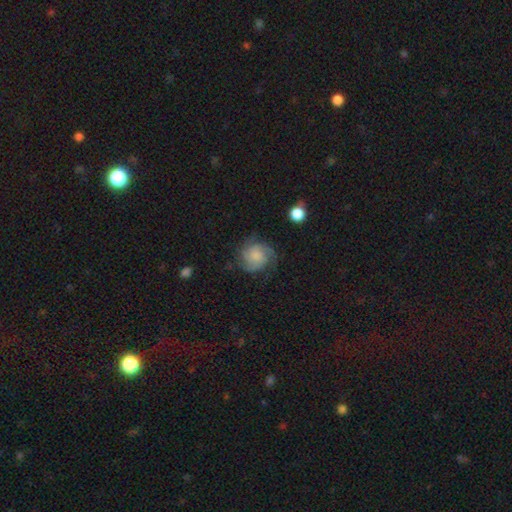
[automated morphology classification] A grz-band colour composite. It shows a featured or disk galaxy (71%) with no bar (73%), 3 (39%) tight (50%) spiral arms (96%) and a small central bulge (34%). Merging: none (74%).